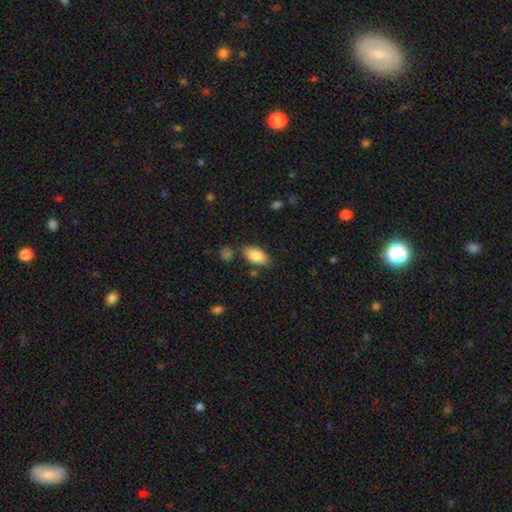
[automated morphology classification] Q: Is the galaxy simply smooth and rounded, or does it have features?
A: smooth — 85%.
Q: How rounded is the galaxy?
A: in between — 92%.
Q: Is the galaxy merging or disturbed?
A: none — 79%.